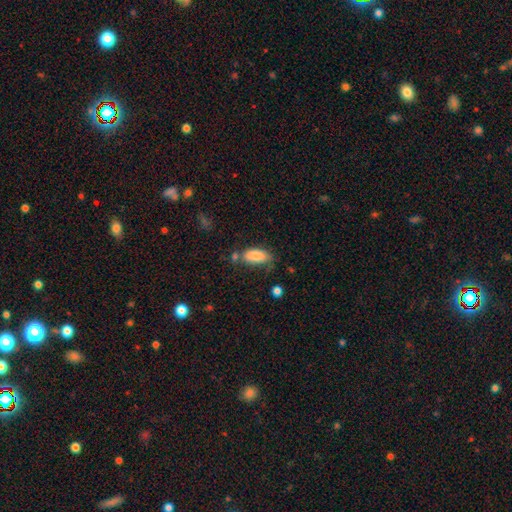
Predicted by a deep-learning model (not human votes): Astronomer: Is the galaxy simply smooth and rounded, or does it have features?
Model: smooth — 84%.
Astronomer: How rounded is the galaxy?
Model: in between — 88%.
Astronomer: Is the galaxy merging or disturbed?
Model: none — 51% (runner-up: minor disturbance, 28%).